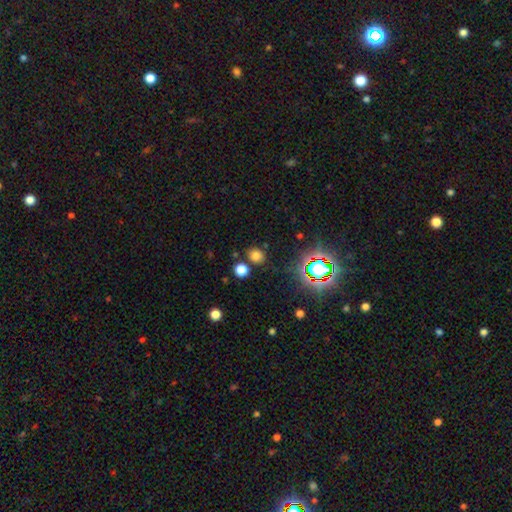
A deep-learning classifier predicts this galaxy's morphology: Smooth or featured?
  - smooth: 70% *
  - star or artifact: 23%
  - featured or disk: 6%
How rounded?
  - round: 75% *
  - in between: 24%
  - cigar-shaped: 1%
Merging?
  - none: 80% *
  - minor disturbance: 9%
  - merger: 7%
  - major disturbance: 3%